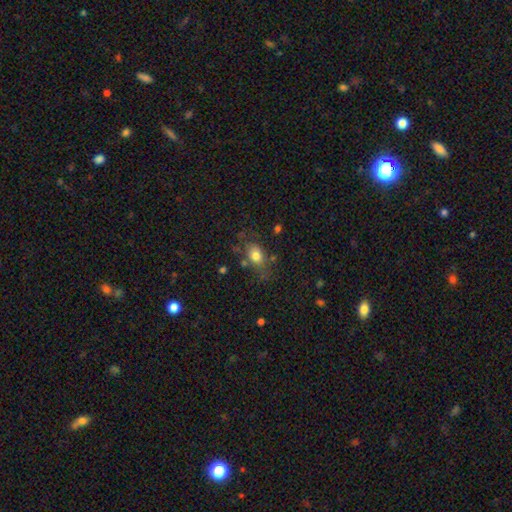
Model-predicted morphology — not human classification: Smooth or featured: smooth — 77% (featured or disk — 13%)
How rounded: in between — 73% (round — 24%)
Merging: none — 61% (minor disturbance — 22%)